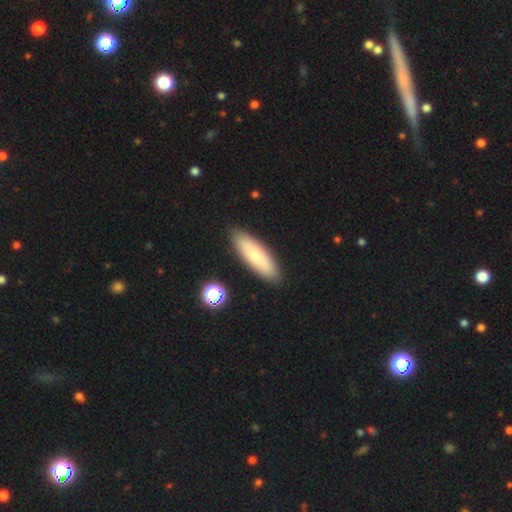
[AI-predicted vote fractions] Overall: smooth (77%). How rounded: cigar-shaped (54%; in between 45%). Merging: none (89%).